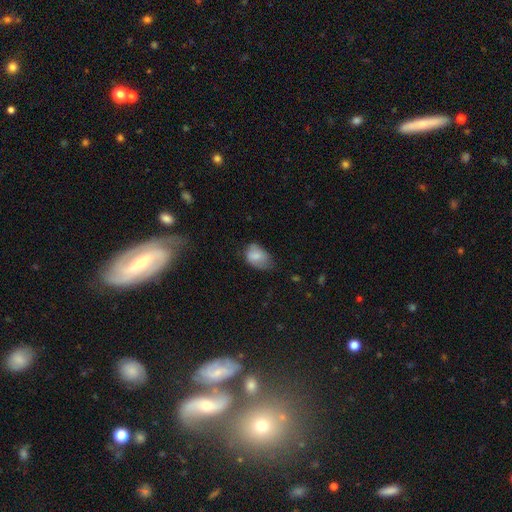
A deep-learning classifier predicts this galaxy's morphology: This appears to be a smooth galaxy with no disk features (80%) that is in between round and cigar-shaped (81%). Merging: none (44%).